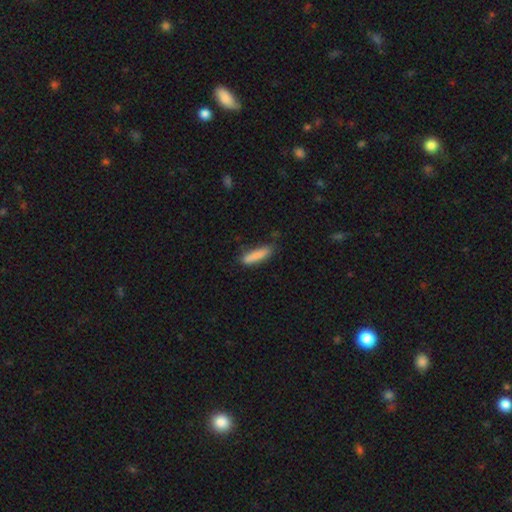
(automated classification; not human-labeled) Smooth or featured? Predicted: smooth (p=0.84). How rounded? Predicted: cigar-shaped (p=0.77). Merging? Predicted: none (p=0.75).